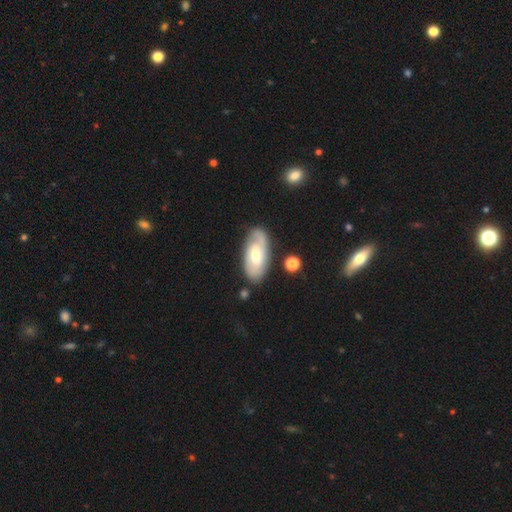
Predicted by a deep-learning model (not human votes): smooth_or_featured: featured or disk (p=0.60) [alt: smooth p=0.35]
disk_edge_on: no (p=0.91) [alt: yes p=0.09]
bar: weak (p=0.48) [alt: no p=0.38]
has_spiral_arms: yes (p=0.78) [alt: no p=0.22]
bulge_size: moderate (p=0.64) [alt: small p=0.23]
merging: none (p=0.74) [alt: minor disturbance p=0.17]